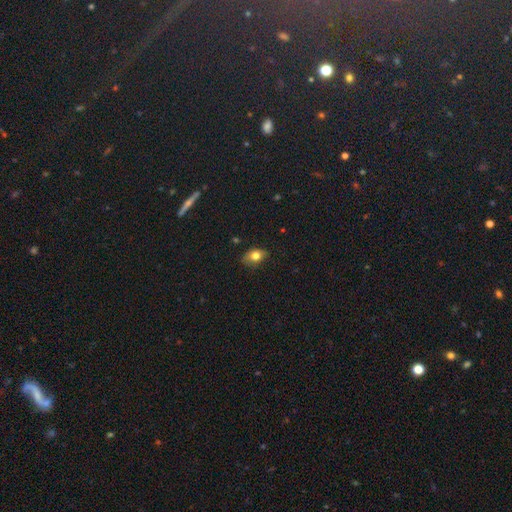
smooth_or_featured: smooth (p=0.64) [alt: featured or disk p=0.31]
how_rounded: in between (p=0.80) [alt: round p=0.16]
merging: none (p=0.62) [alt: minor disturbance p=0.24]